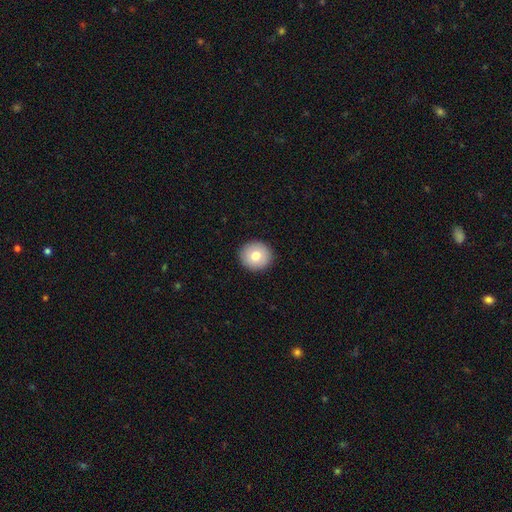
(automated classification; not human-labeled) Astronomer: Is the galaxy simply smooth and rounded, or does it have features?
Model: smooth — 77%.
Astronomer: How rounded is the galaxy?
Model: round — 91%.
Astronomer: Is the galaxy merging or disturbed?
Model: none — 92%.